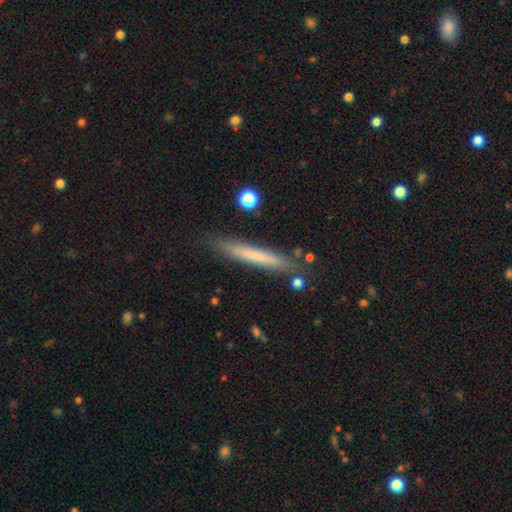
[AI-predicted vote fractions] Q: Smooth or featured?
A: smooth (62%); runner-up: featured or disk (31%)
Q: How rounded?
A: cigar-shaped (96%); runner-up: in between (3%)
Q: Merging?
A: none (85%); runner-up: minor disturbance (10%)